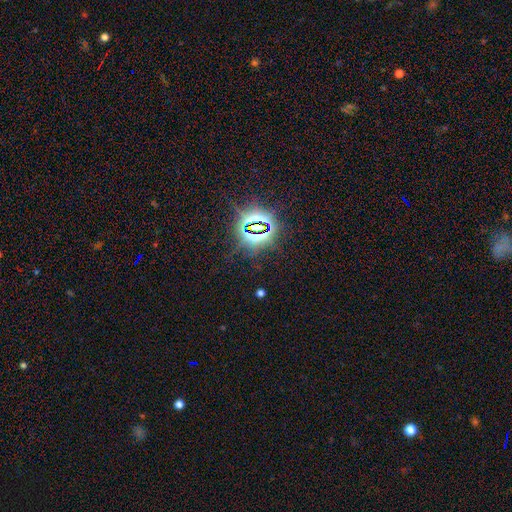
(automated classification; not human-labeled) A star or artifact, not a galaxy (83%).